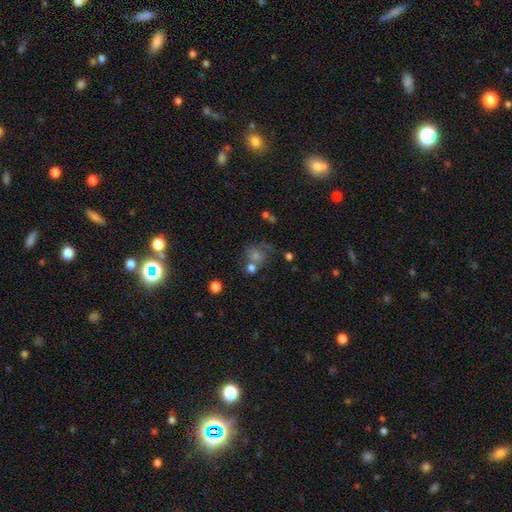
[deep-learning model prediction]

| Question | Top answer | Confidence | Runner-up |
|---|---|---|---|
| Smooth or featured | smooth | 38% | star or artifact (36%) |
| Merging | none | 52% | merger (19%) |